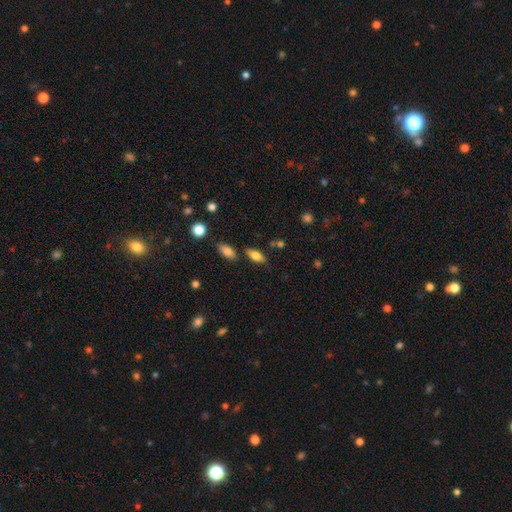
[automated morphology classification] smooth-or-featured: smooth: 74% | featured or disk: 18% | star or artifact: 8%
  how-rounded: in between: 84% | cigar-shaped: 12% | round: 4%
  merging: none: 75% | minor disturbance: 14% | merger: 8% | major disturbance: 4%